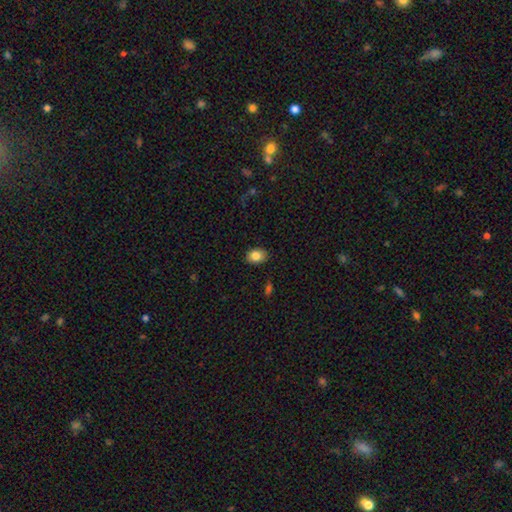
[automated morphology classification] A smooth galaxy with no disk features (84%) that is in between round and cigar-shaped (70%).

Vote fractions:
- Smooth or featured? smooth: 84% / star or artifact: 8% / featured or disk: 8%
- How rounded? in between: 70% / round: 29% / cigar-shaped: 1%
- Merging? none: 88% / minor disturbance: 9% / major disturbance: 2% / merger: 1%